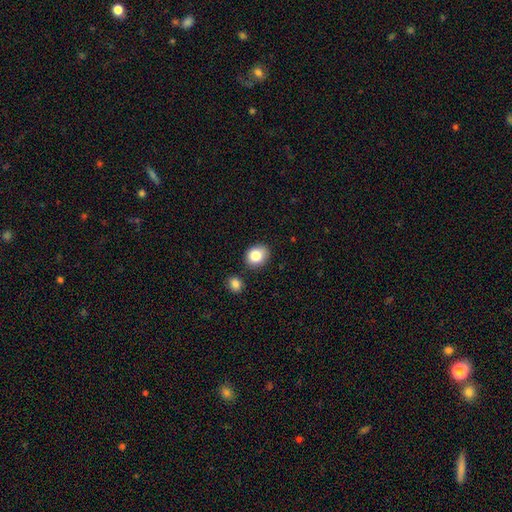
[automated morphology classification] smooth_or_featured: smooth (p=0.84) [alt: star or artifact p=0.09]
how_rounded: round (p=0.56) [alt: in between p=0.43]
merging: none (p=0.79) [alt: minor disturbance p=0.13]